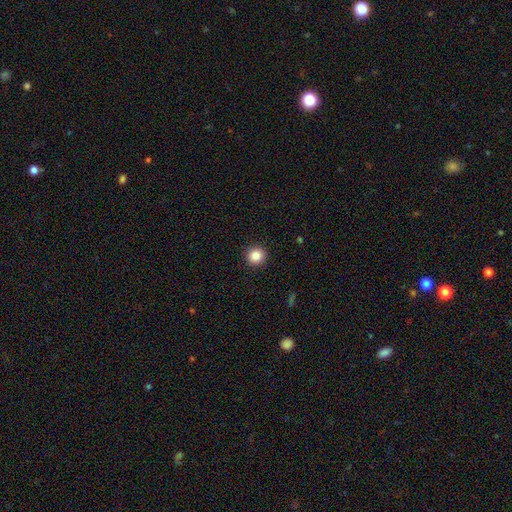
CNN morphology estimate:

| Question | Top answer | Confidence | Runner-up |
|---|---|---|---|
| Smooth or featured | smooth | 85% | star or artifact (10%) |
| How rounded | round | 94% | in between (5%) |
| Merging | none | 93% | minor disturbance (5%) |